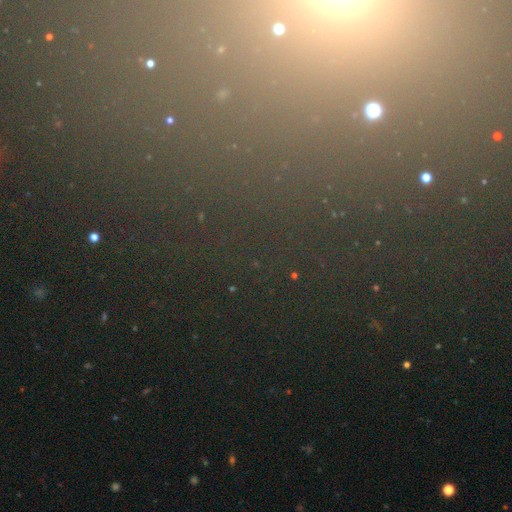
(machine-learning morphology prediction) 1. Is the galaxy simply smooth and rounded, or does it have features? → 72% star or artifact, 17% smooth, 11% featured or disk.